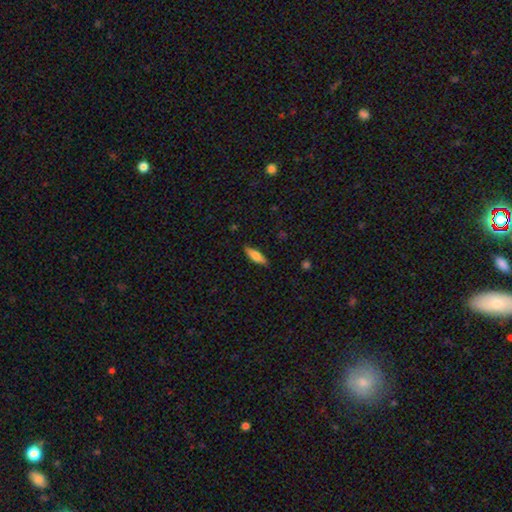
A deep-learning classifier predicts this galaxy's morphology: This appears to be a smooth galaxy with no disk features (65%) that is cigar-shaped (54%). Merging: none (86%).